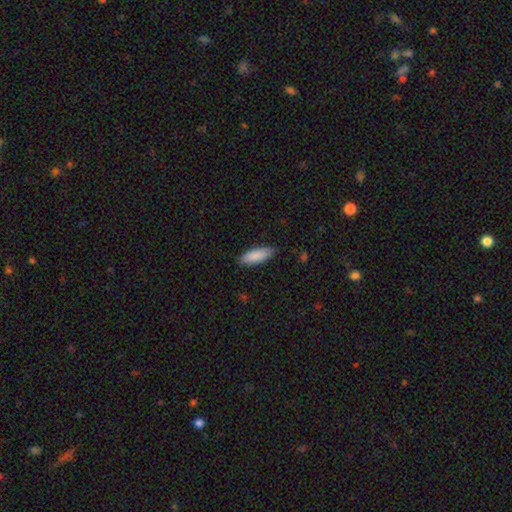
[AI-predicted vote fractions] smooth 89%, featured or disk 6%, star or artifact 5%. Down the decision tree: how rounded — in between (67%); merging — none (87%).